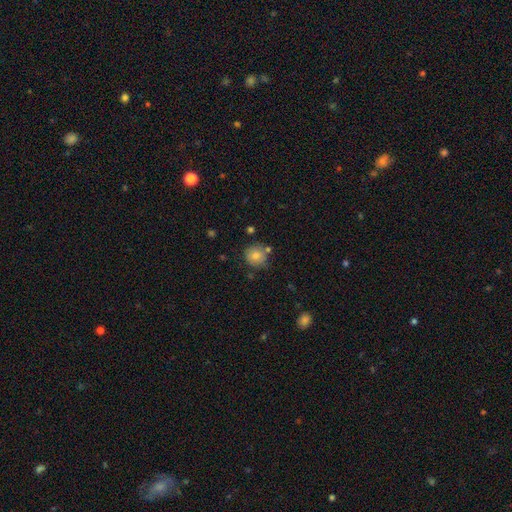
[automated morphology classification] A smooth galaxy with no disk features (80%) that is round (89%).

Vote fractions:
- Smooth or featured? smooth: 80% / featured or disk: 10% / star or artifact: 10%
- How rounded? round: 89% / in between: 10% / cigar-shaped: 1%
- Merging? none: 75% / minor disturbance: 15% / merger: 7% / major disturbance: 4%